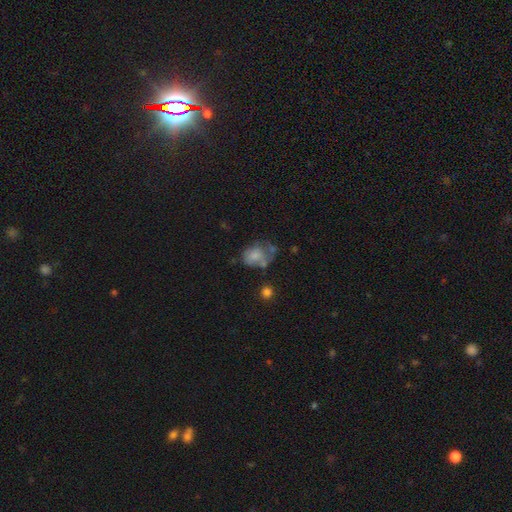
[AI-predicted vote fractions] Smooth or featured? smooth (67%)
How rounded? in between (57%)
Merging? none (31%)